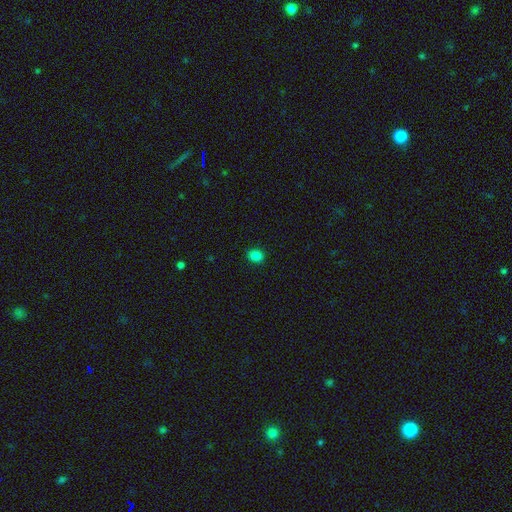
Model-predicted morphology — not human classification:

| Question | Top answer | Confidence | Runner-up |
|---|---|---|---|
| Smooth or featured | smooth | 84% | star or artifact (12%) |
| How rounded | round | 53% | in between (47%) |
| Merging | none | 90% | minor disturbance (7%) |